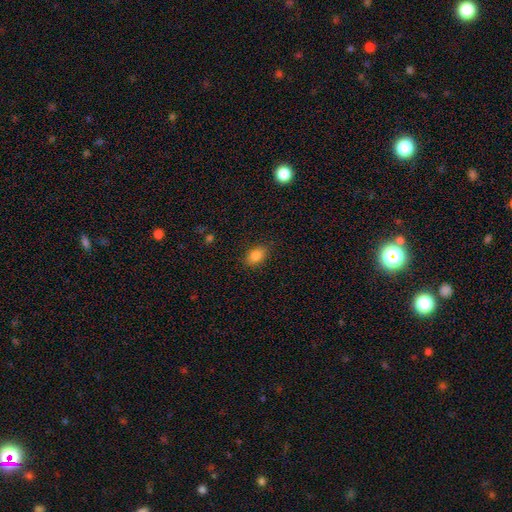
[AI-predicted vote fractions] The model was most divided on "how rounded": in between: 84%, round: 14%, cigar-shaped: 2%. More confident: merging — none (86%); smooth or featured — smooth (83%).